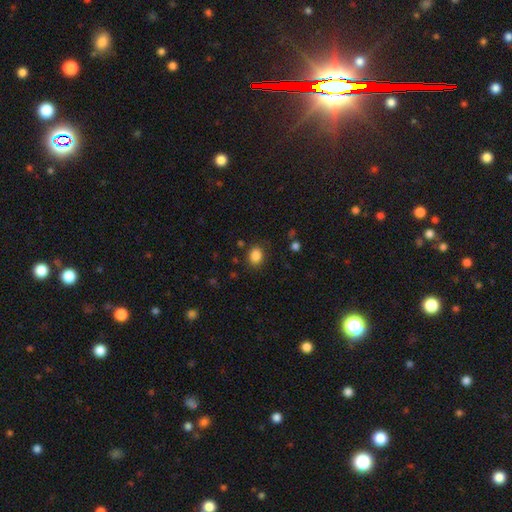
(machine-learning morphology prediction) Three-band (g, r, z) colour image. It shows a smooth galaxy with no disk features (86%) that is round (51%). Merging: none (84%).